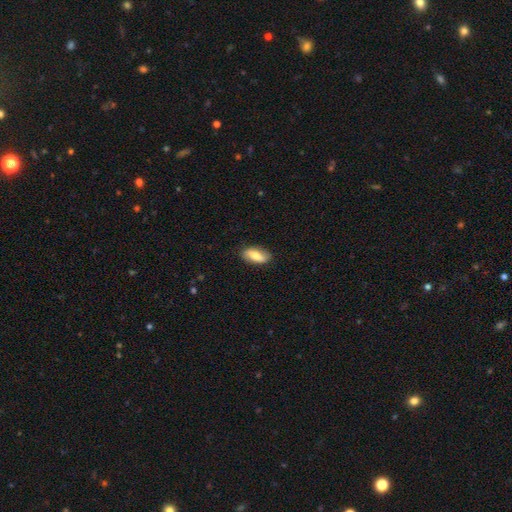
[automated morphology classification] Smooth or featured? Predicted: smooth (p=0.72). How rounded? Predicted: in between (p=0.86). Merging? Predicted: none (p=0.84).